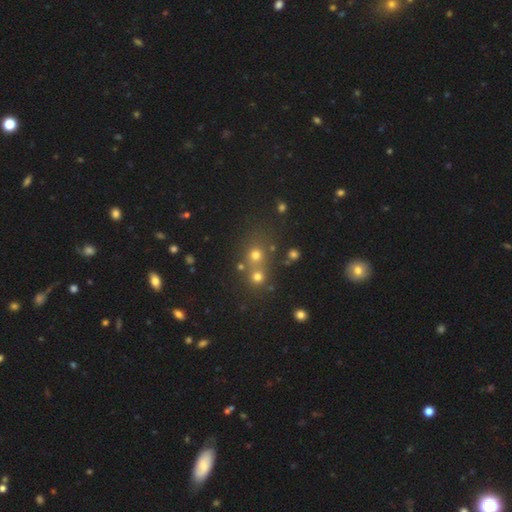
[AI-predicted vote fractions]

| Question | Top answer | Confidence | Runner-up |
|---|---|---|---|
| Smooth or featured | smooth | 58% | star or artifact (30%) |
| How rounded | round | 83% | in between (16%) |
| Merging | none | 51% | merger (39%) |